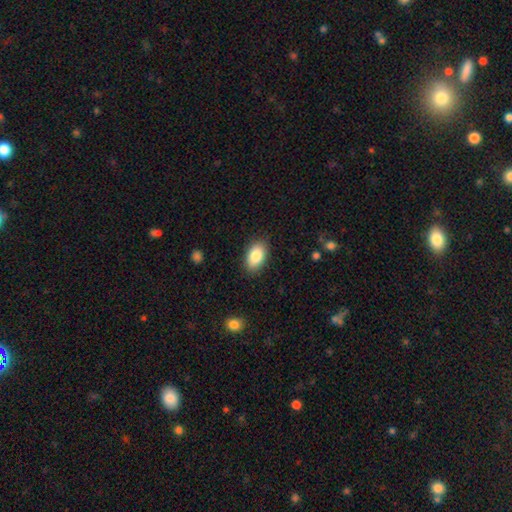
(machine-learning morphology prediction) This is clearly a smooth galaxy (86%). How rounded: clearly in between (92%). Merging: clearly none (86%).